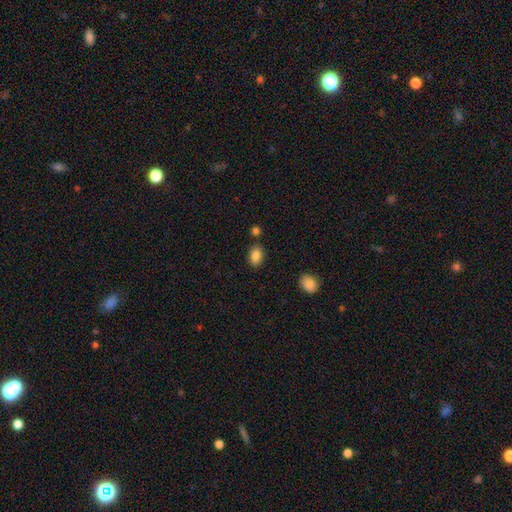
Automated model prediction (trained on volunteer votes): This is clearly a smooth galaxy (86%). How rounded: clearly in between (82%). Merging: likely none (80%).